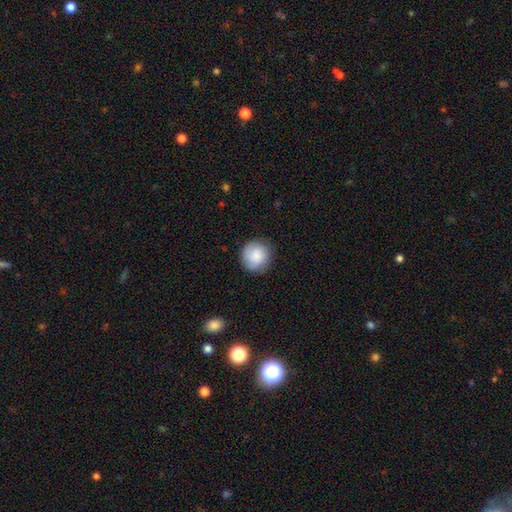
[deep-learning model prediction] A smooth galaxy with no disk features (85%) that is round (93%).

Vote fractions:
- Smooth or featured? smooth: 85% / featured or disk: 8% / star or artifact: 7%
- How rounded? round: 93% / in between: 6% / cigar-shaped: 1%
- Merging? none: 87% / minor disturbance: 10% / major disturbance: 2% / merger: 1%